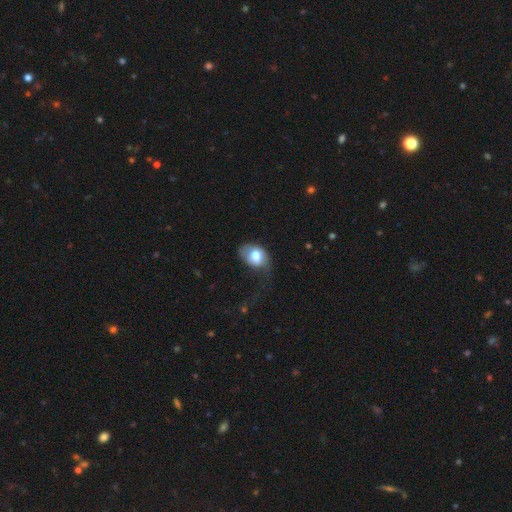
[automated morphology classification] This appears to be a smooth galaxy with no disk features (70%) that is in between round and cigar-shaped (69%). Merging: major disturbance (38%).